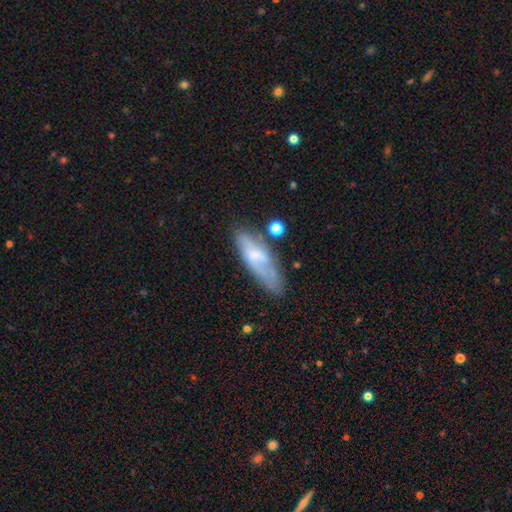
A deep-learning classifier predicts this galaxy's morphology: Smooth or featured: smooth — 50% (featured or disk — 43%)
Merging: none — 56% (minor disturbance — 25%)